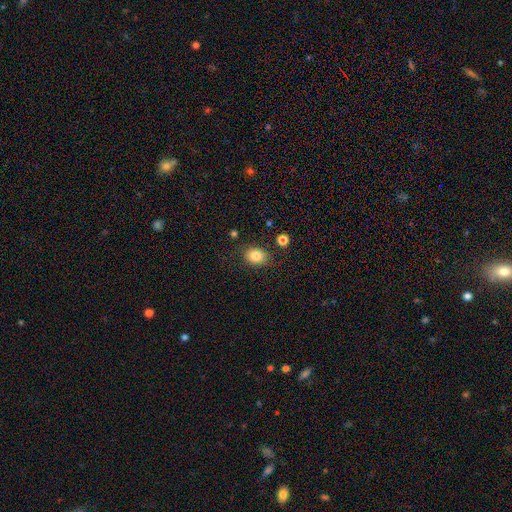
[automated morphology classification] A smooth galaxy with no disk features (83%) that is in between round and cigar-shaped (60%).

Vote fractions:
- Smooth or featured? smooth: 83% / star or artifact: 10% / featured or disk: 7%
- How rounded? in between: 60% / round: 39% / cigar-shaped: 1%
- Merging? none: 80% / minor disturbance: 13% / major disturbance: 4% / merger: 3%